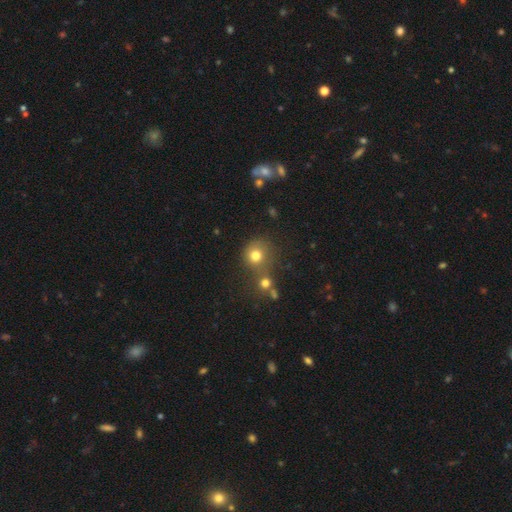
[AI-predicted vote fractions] Smooth or featured: smooth — 75% (star or artifact — 15%)
How rounded: round — 86% (in between — 13%)
Merging: none — 50% (merger — 31%)